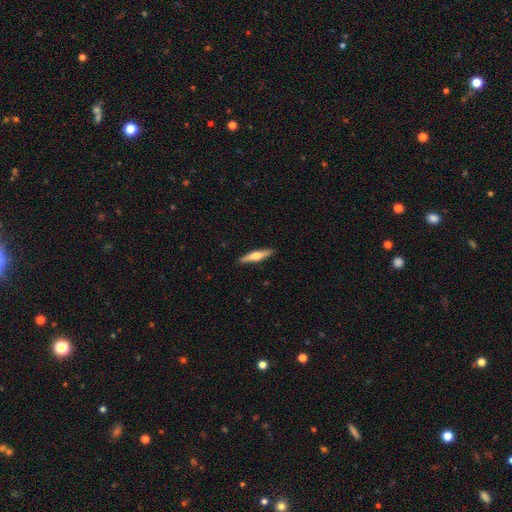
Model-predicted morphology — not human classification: The model was most divided on "smooth or featured": smooth: 48%, featured or disk: 47%, star or artifact: 5%. More confident: merging — none (90%).